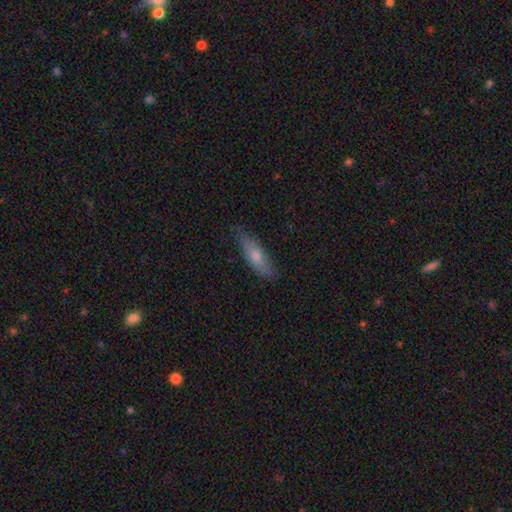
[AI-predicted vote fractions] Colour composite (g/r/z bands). It shows a smooth galaxy with no disk features (59%) that is cigar-shaped (57%). Merging: none (78%).